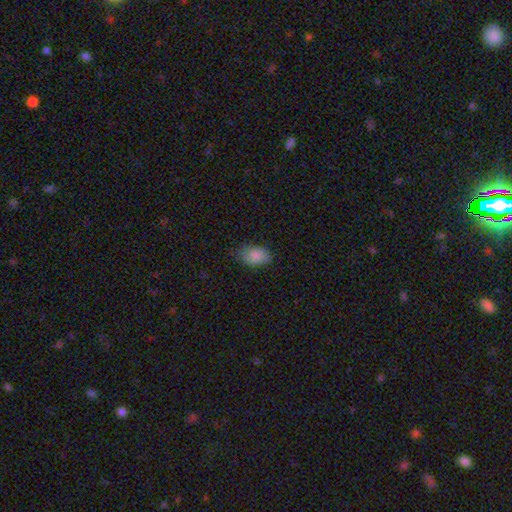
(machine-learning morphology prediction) Q: Smooth or featured?
A: smooth (85%); runner-up: star or artifact (8%)
Q: How rounded?
A: in between (87%); runner-up: round (12%)
Q: Merging?
A: none (66%); runner-up: minor disturbance (27%)